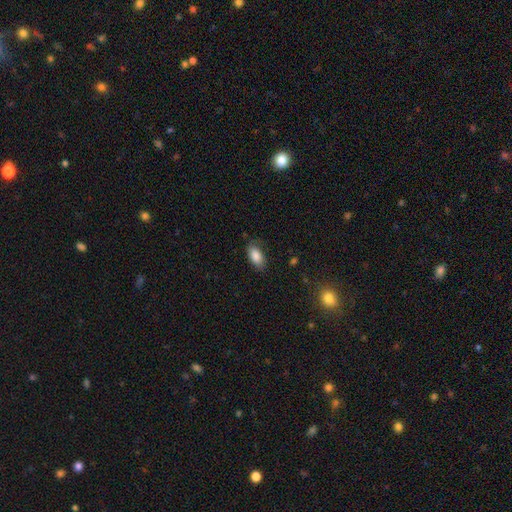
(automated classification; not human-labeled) smooth-or-featured: smooth: 86% | featured or disk: 8% | star or artifact: 7%
  how-rounded: in between: 92% | cigar-shaped: 4% | round: 4%
  merging: none: 76% | minor disturbance: 19% | major disturbance: 5% | merger: 1%